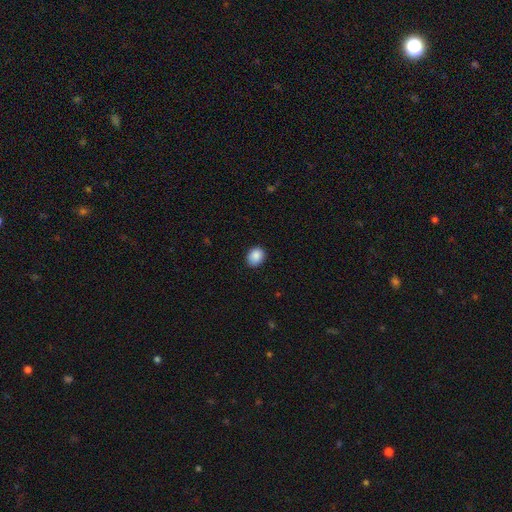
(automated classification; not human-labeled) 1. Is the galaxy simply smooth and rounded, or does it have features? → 89% smooth, 8% star or artifact, 3% featured or disk.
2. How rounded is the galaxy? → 50% round, 49% in between, 1% cigar-shaped.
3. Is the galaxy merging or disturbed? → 87% none, 10% minor disturbance, 2% major disturbance, 1% merger.